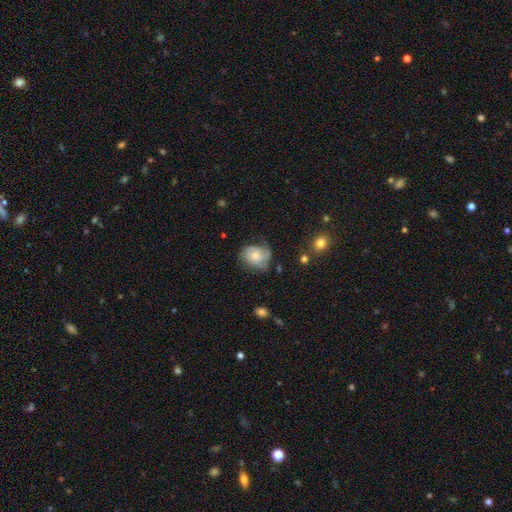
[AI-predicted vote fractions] featured or disk 61%, smooth 31%, star or artifact 8%. Down the decision tree: edge-on disk — no (97%); bar — no (75%); spiral arms — yes (86%); spiral arm count — 2 (30%); spiral winding — tight (42%); bulge size — moderate (46%); merging — none (50%).